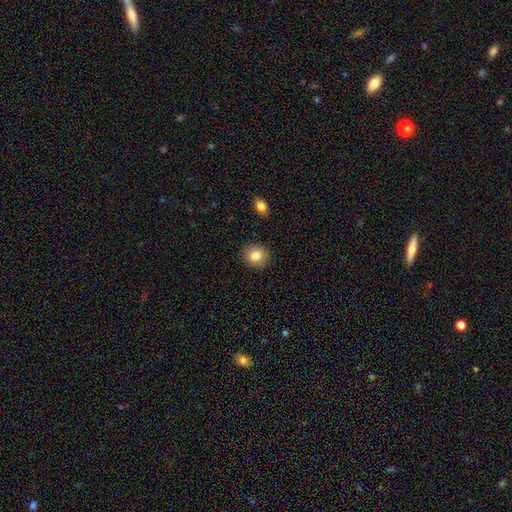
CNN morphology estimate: Smooth or featured?
  - smooth: 82% *
  - featured or disk: 9%
  - star or artifact: 9%
How rounded?
  - round: 76% *
  - in between: 23%
  - cigar-shaped: 1%
Merging?
  - none: 90% *
  - minor disturbance: 7%
  - major disturbance: 2%
  - merger: 1%